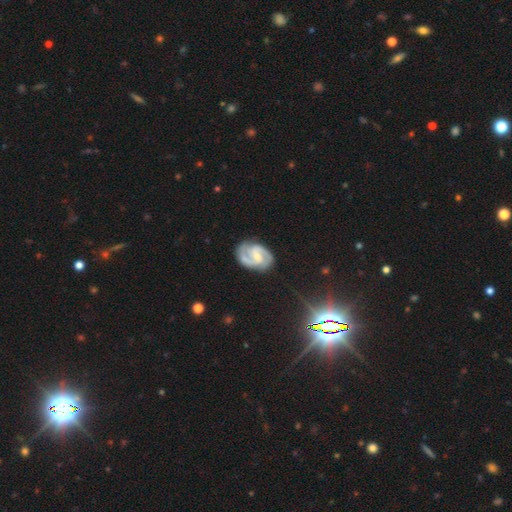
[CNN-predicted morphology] Q: Smooth or featured?
A: featured or disk (88%); runner-up: smooth (7%)
Q: Edge-on disk?
A: no (98%); runner-up: yes (2%)
Q: Bar?
A: weak (52%); runner-up: no (31%)
Q: Spiral arms?
A: yes (98%); runner-up: no (2%)
Q: Spiral winding?
A: medium (52%); runner-up: tight (37%)
Q: Spiral arm count?
A: 2 (84%); runner-up: 3 (7%)
Q: Bulge size?
A: small (53%); runner-up: moderate (33%)
Q: Merging?
A: none (75%); runner-up: minor disturbance (17%)